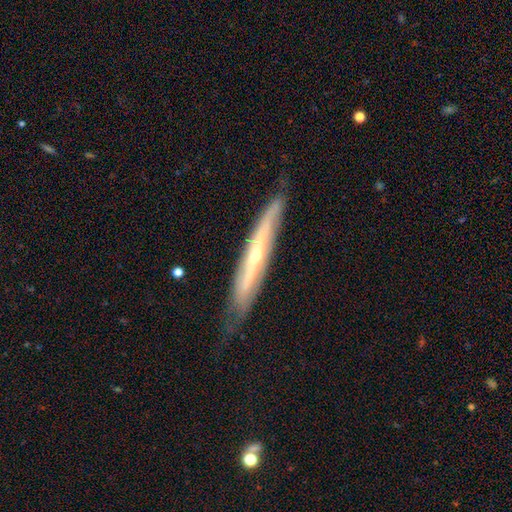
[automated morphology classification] A featured or disk galaxy (73%) viewed edge-on (79%) with a rounded central bulge (68%). Merging: none (71%).